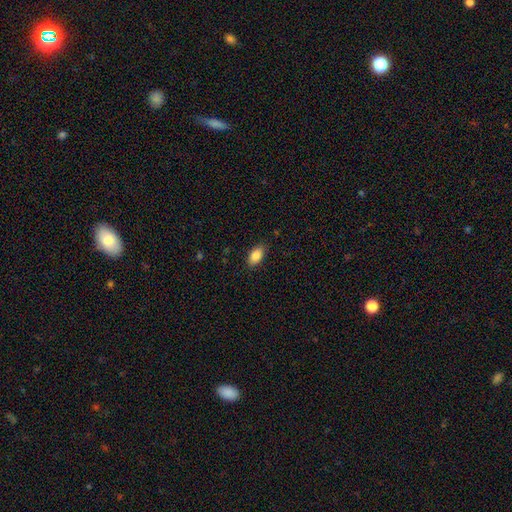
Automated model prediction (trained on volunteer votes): Q: Smooth or featured?
A: smooth (86%); runner-up: star or artifact (7%)
Q: How rounded?
A: in between (92%); runner-up: round (5%)
Q: Merging?
A: none (86%); runner-up: minor disturbance (11%)